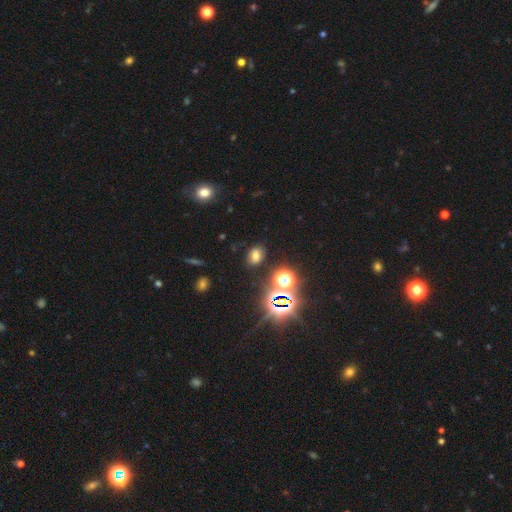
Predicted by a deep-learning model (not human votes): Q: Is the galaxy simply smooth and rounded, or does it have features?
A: smooth — 60%.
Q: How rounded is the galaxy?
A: in between — 69%.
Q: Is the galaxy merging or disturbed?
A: none — 82%.